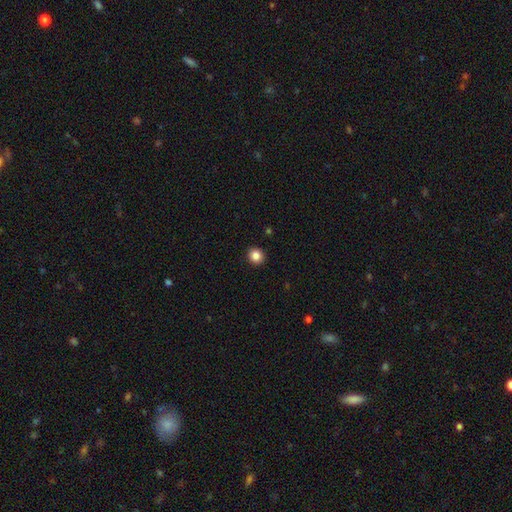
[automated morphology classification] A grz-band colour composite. It shows a smooth galaxy with no disk features (85%) that is round (87%). Merging: none (93%).